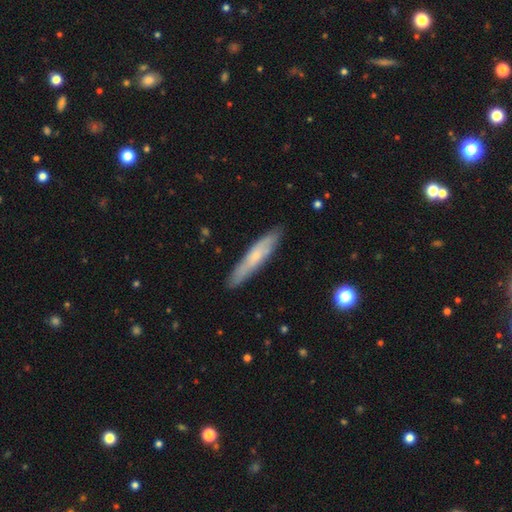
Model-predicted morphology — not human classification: Smooth or featured? smooth (57%)
How rounded? cigar-shaped (89%)
Merging? none (88%)